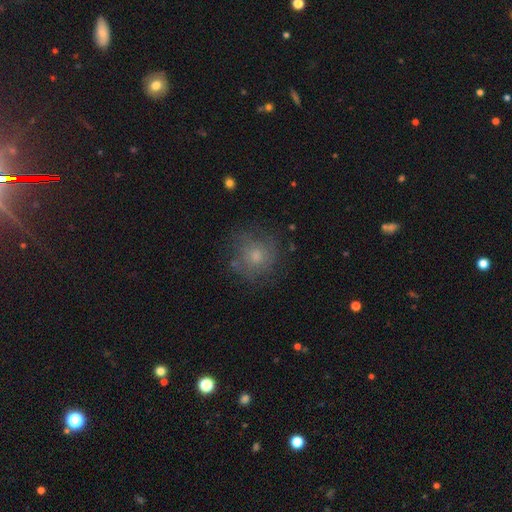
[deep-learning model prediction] The model was most divided on "smooth or featured": smooth: 55%, featured or disk: 33%, star or artifact: 12%. More confident: how rounded — round (85%); merging — none (67%).